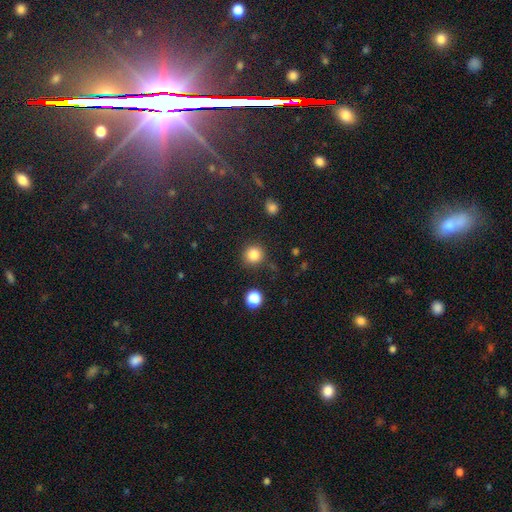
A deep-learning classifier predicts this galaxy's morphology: A smooth galaxy with no disk features (83%) that is round (92%). Merging: none (85%).